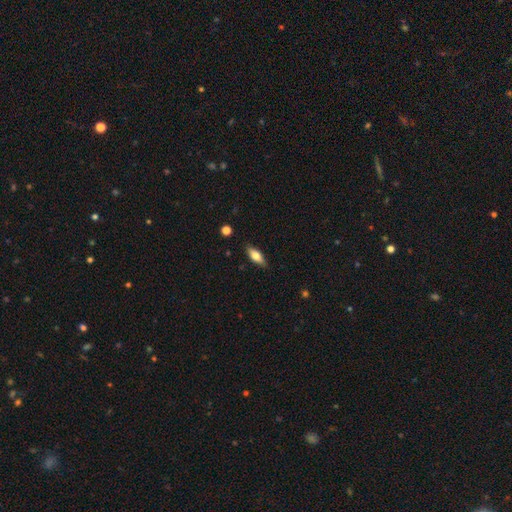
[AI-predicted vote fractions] Smooth or featured?
  - smooth: 67% *
  - featured or disk: 26%
  - star or artifact: 7%
How rounded?
  - in between: 70% *
  - cigar-shaped: 27%
  - round: 3%
Merging?
  - none: 85% *
  - minor disturbance: 11%
  - major disturbance: 2%
  - merger: 1%